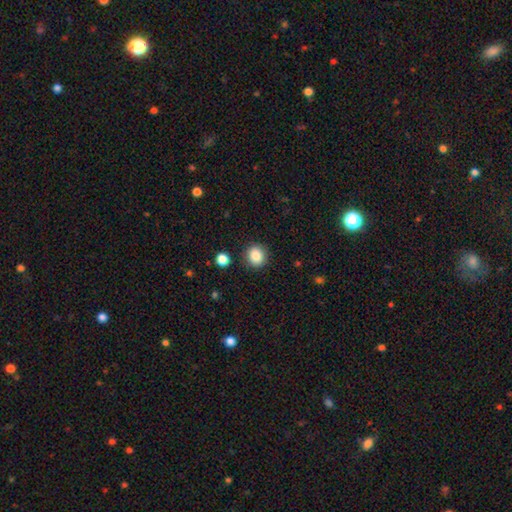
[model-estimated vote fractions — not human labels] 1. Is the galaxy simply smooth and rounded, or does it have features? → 86% smooth, 10% star or artifact, 5% featured or disk.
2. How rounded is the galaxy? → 86% round, 13% in between, 1% cigar-shaped.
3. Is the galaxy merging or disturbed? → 88% none, 7% minor disturbance, 2% major disturbance, 2% merger.